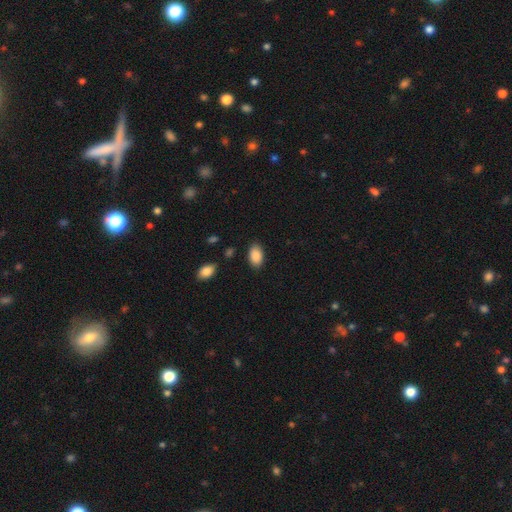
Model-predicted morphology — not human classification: The model was most divided on "merging": none: 85%, minor disturbance: 11%, major disturbance: 3%, merger: 2%. More confident: how rounded — in between (92%); smooth or featured — smooth (90%).